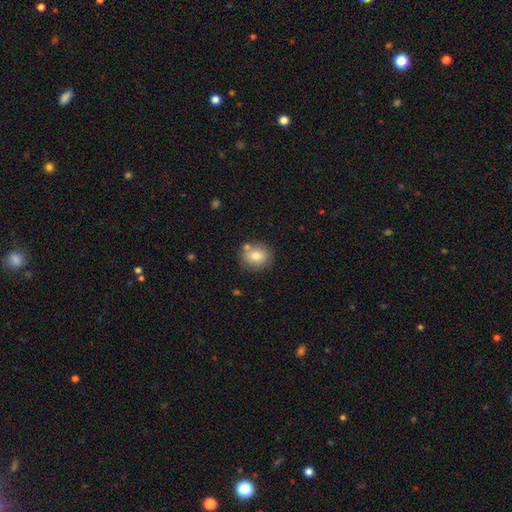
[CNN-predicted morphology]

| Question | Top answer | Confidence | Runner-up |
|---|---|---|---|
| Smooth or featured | smooth | 77% | featured or disk (13%) |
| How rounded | round | 75% | in between (24%) |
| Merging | none | 77% | minor disturbance (12%) |